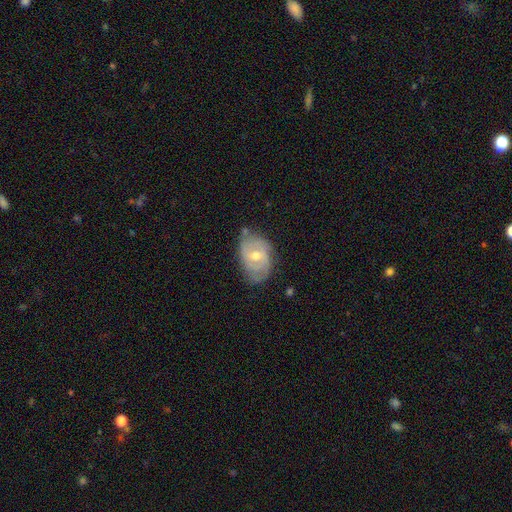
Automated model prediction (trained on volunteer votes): This is likely a featured or disk galaxy (72%). It is clearly not viewed edge-on (95%). Bar: possibly no (45%, tied with weak). Spiral arm pattern: clearly yes (83%). Spiral arm count: possibly 2 (45%). Spiral winding: possibly tight (53%). Central bulge: likely moderate (66%). Merging: likely none (65%).